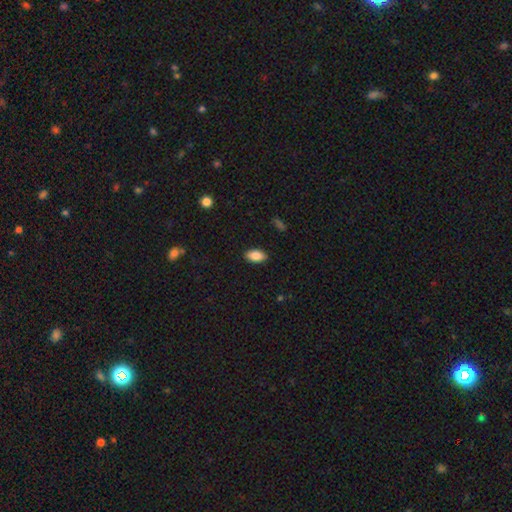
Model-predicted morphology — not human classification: Smooth or featured?
  - smooth: 85% *
  - star or artifact: 7%
  - featured or disk: 7%
How rounded?
  - in between: 92% *
  - cigar-shaped: 5%
  - round: 3%
Merging?
  - none: 89% *
  - minor disturbance: 8%
  - major disturbance: 2%
  - merger: 1%